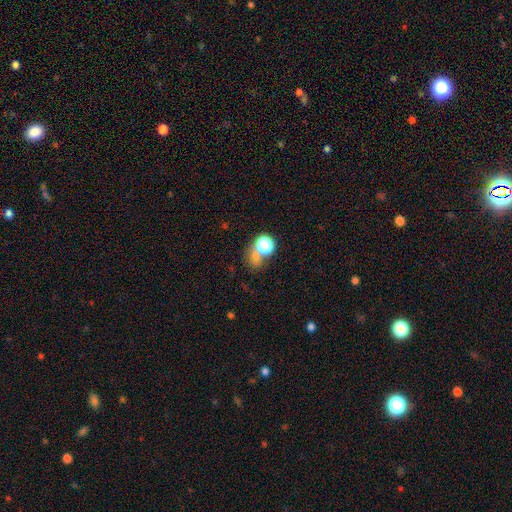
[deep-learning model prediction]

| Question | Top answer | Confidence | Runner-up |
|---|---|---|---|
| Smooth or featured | smooth | 59% | star or artifact (31%) |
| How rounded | round | 66% | in between (33%) |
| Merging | none | 47% | merger (31%) |